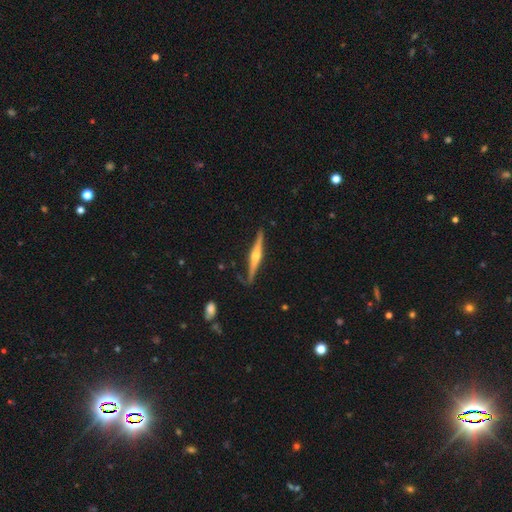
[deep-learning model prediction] Smooth or featured?
  - featured or disk: 77% *
  - smooth: 18%
  - star or artifact: 5%
Edge-on disk?
  - yes: 98% *
  - no: 2%
Edge-on bulge?
  - rounded: 90% *
  - boxy: 6%
  - none: 4%
Merging?
  - none: 84% *
  - minor disturbance: 11%
  - major disturbance: 2%
  - merger: 2%